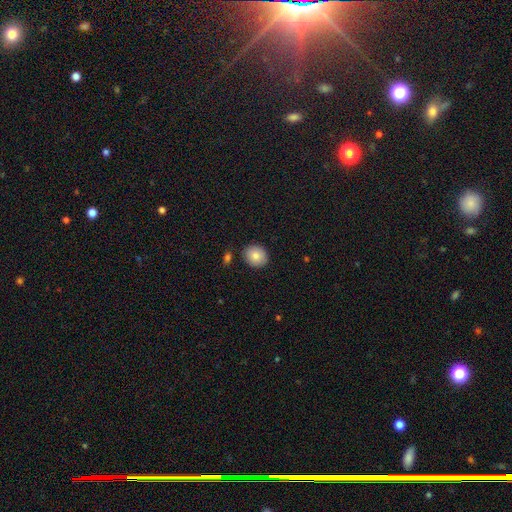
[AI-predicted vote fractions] smooth 83%, featured or disk 9%, star or artifact 8%. Down the decision tree: how rounded — round (74%); merging — none (86%).